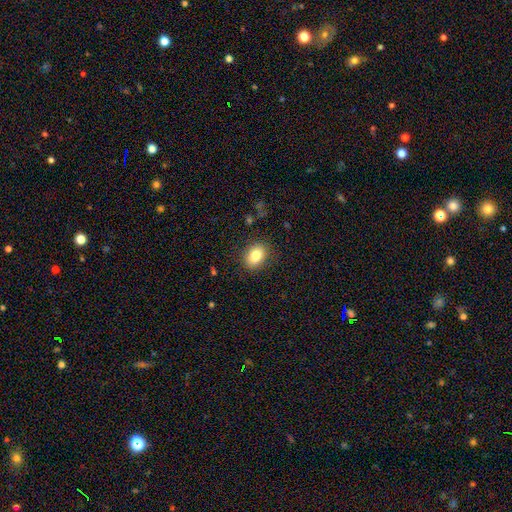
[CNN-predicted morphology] This appears to be a smooth galaxy with no disk features (83%) that is in between round and cigar-shaped (70%). Merging: none (86%).